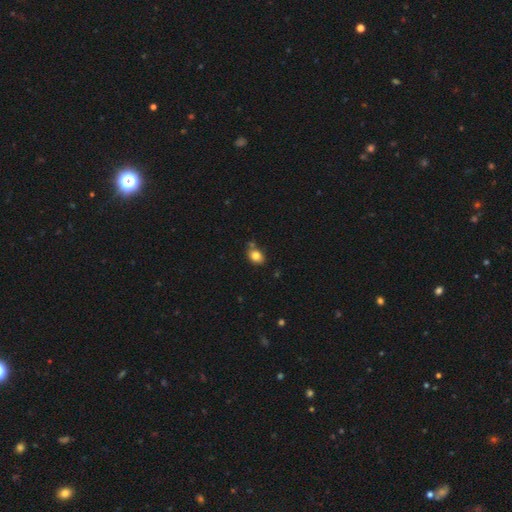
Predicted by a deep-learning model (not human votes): Morphology: type=smooth (81%); roundness=in between (67%); merging=none (65%).